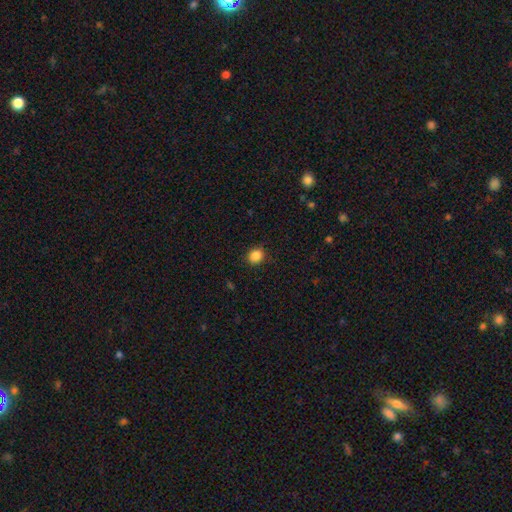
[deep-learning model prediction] This is clearly a smooth galaxy (86%). How rounded: likely round (75%). Merging: clearly none (89%).